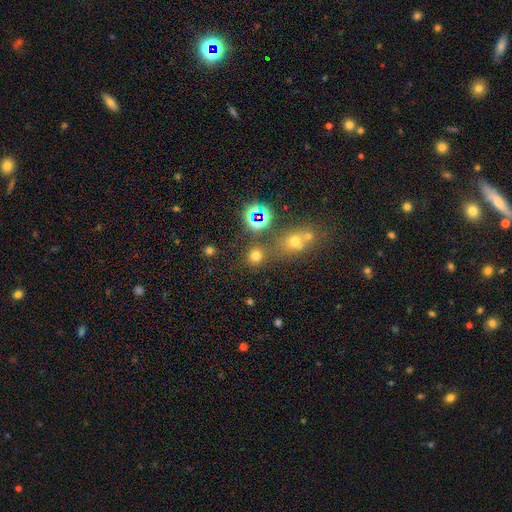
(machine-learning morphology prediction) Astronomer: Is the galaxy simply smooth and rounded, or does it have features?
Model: smooth — 64%.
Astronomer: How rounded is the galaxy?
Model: round — 87%.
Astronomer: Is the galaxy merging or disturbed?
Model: none — 73%.